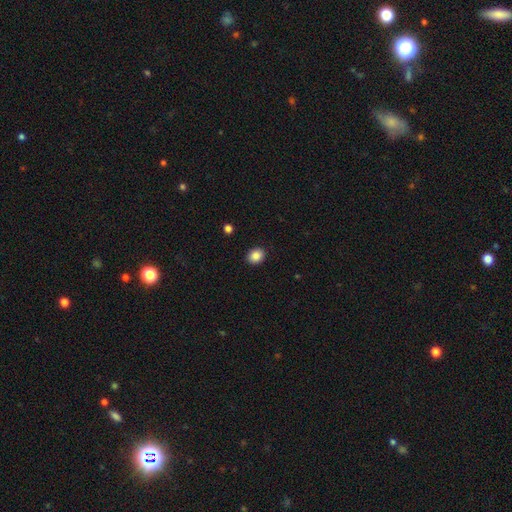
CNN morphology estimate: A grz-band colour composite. It shows a smooth galaxy with no disk features (87%) that is round (54%). Merging: none (91%).